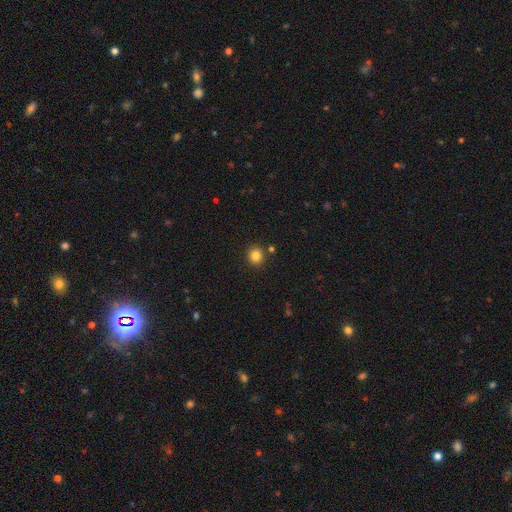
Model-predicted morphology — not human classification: Overall: smooth (83%). How rounded: round (92%). Merging: none (88%).